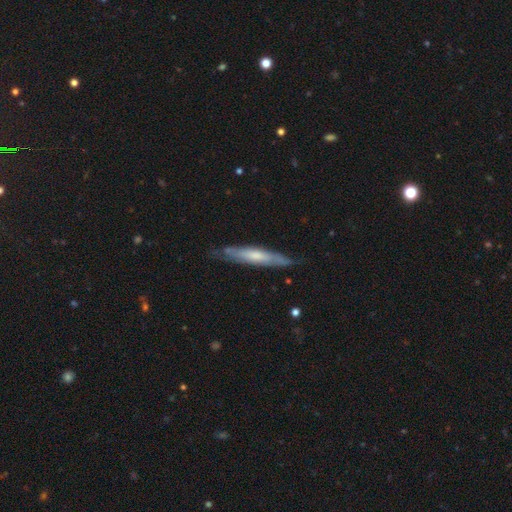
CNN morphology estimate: This is possibly a featured or disk galaxy (50%). Merging: likely none (78%).